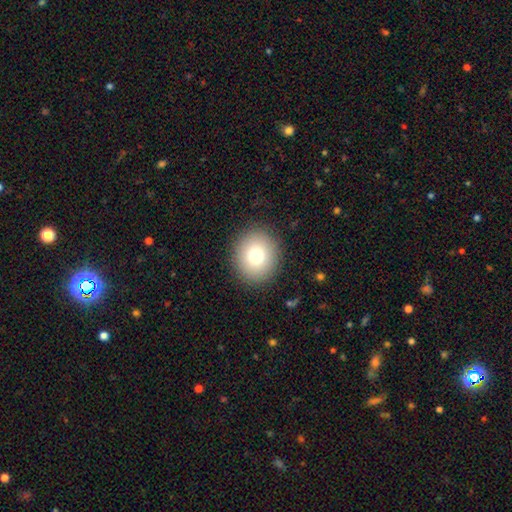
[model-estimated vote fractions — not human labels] This appears to be a smooth galaxy with no disk features (78%) that is round (83%). Merging: none (90%).